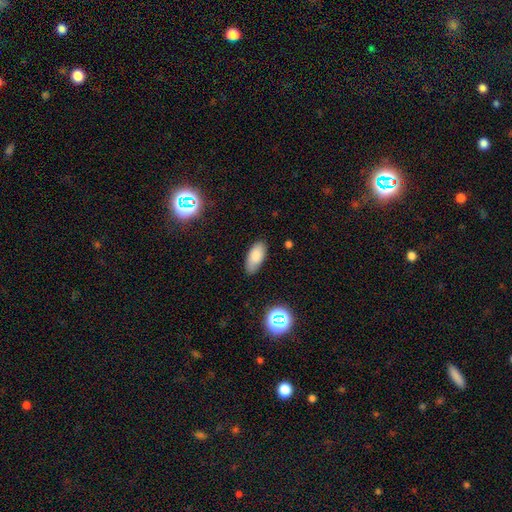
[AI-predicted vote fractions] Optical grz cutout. It shows a smooth galaxy with no disk features (83%) that is in between round and cigar-shaped (90%). Merging: none (82%).